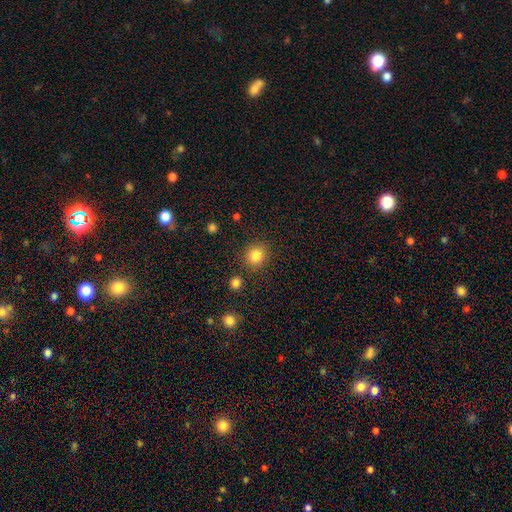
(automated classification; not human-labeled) This is clearly a smooth galaxy (85%). How rounded: clearly round (83%). Merging: clearly none (85%).